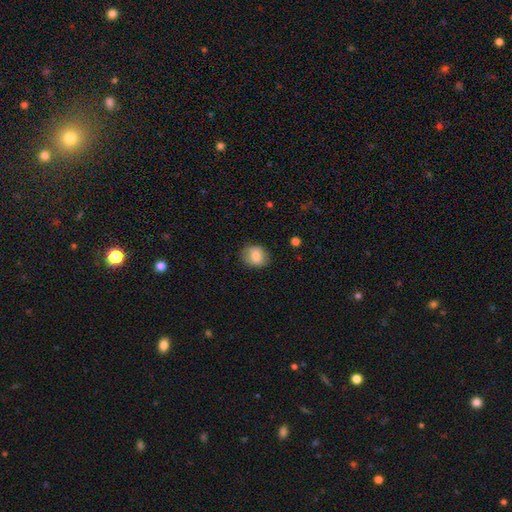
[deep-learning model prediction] Smooth or featured?
  - smooth: 78% *
  - featured or disk: 14%
  - star or artifact: 8%
How rounded?
  - round: 60% *
  - in between: 39%
  - cigar-shaped: 1%
Merging?
  - none: 82% *
  - minor disturbance: 13%
  - major disturbance: 3%
  - merger: 1%